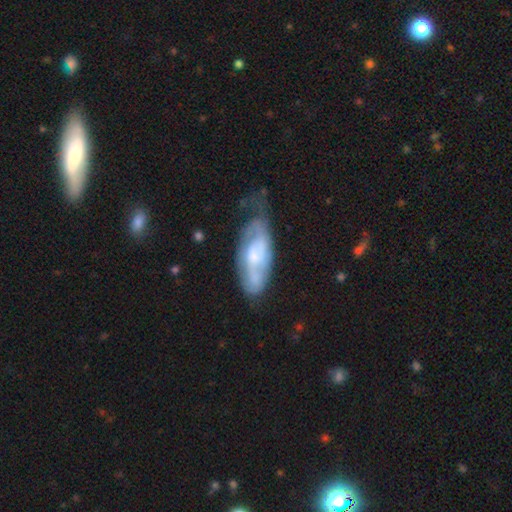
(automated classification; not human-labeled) The model was most divided on "bulge size": small: 43%, moderate: 42%, none: 7%, large: 6%, dominant: 1%. Remaining: edge-on disk — no (90%); spiral arms — yes (83%); smooth or featured — featured or disk (69%); bar — no (62%); spiral arm count — 2 (46%); spiral winding — tight (43%); merging — none (41%).